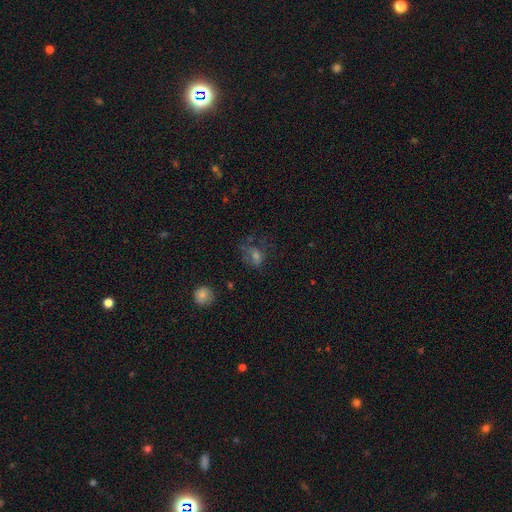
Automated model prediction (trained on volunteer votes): Morphology: type=smooth (43%); merging=none (49%).